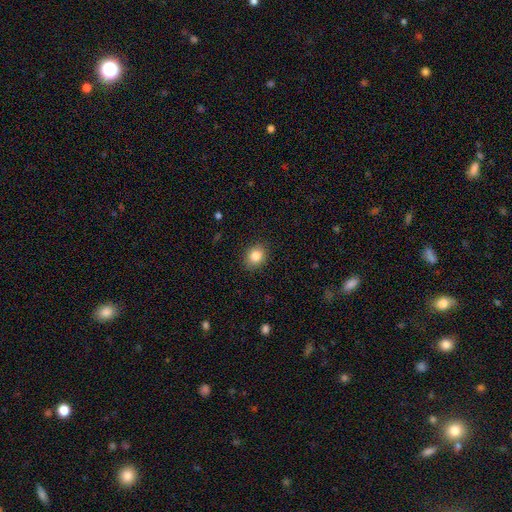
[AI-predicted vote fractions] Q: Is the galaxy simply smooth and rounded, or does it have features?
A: smooth — 84%.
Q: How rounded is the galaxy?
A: round — 55%.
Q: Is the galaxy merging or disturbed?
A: none — 89%.